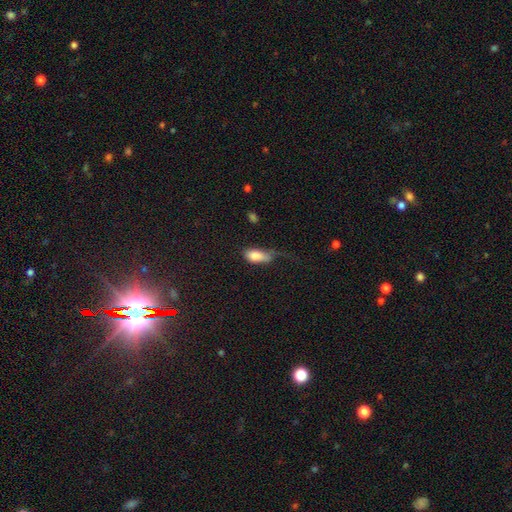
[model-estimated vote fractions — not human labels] The model was most divided on "merging": major disturbance: 44%, minor disturbance: 28%, none: 23%, merger: 5%. More confident: how rounded — in between (89%); smooth or featured — smooth (81%).